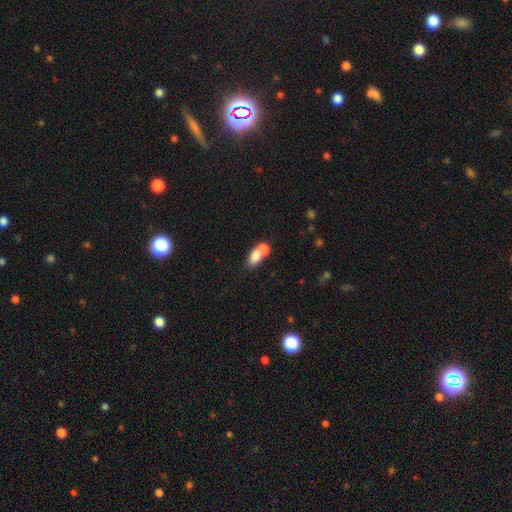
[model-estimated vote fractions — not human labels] smooth 75%, featured or disk 16%, star or artifact 9%. Down the decision tree: how rounded — in between (75%); merging — merger (64%).